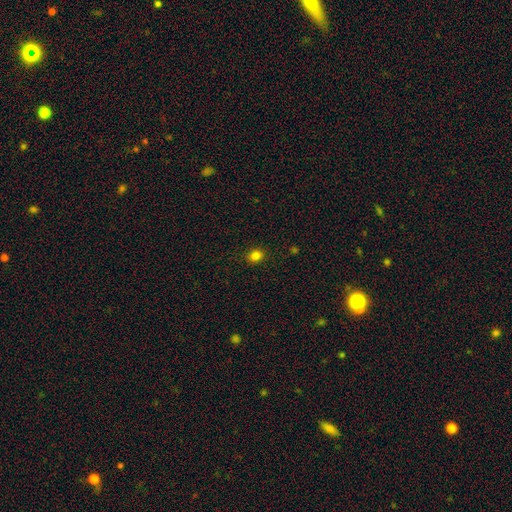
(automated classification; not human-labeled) The model was most divided on "how rounded": round: 60%, in between: 39%, cigar-shaped: 1%. More confident: merging — none (89%); smooth or featured — smooth (82%).